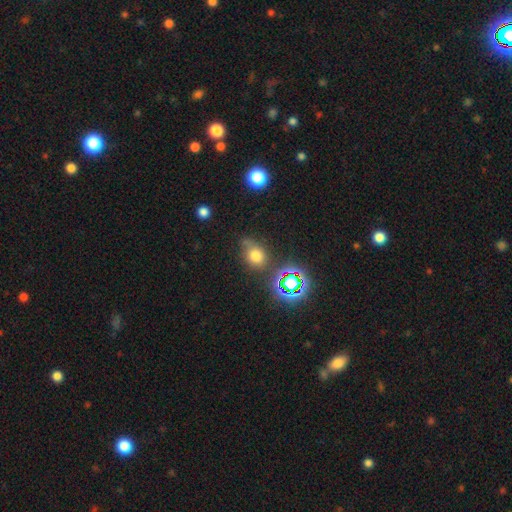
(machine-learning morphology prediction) Overall: smooth (65%). How rounded: round (54%; in between 44%). Merging: none (60%; minor disturbance 24%).